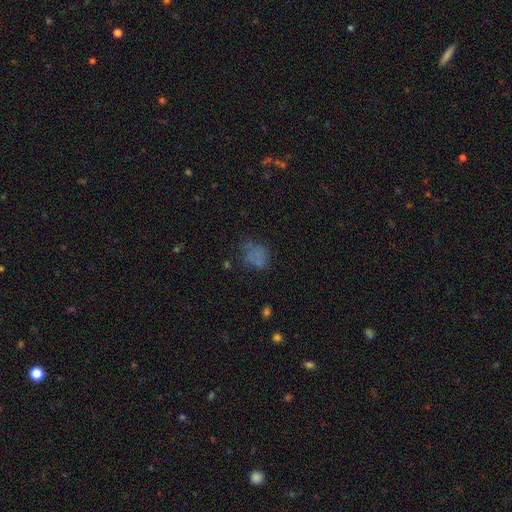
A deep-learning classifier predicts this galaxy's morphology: Overall: smooth (61%). How rounded: in between (53%; round 45%). Merging: none (49%; minor disturbance 24%).